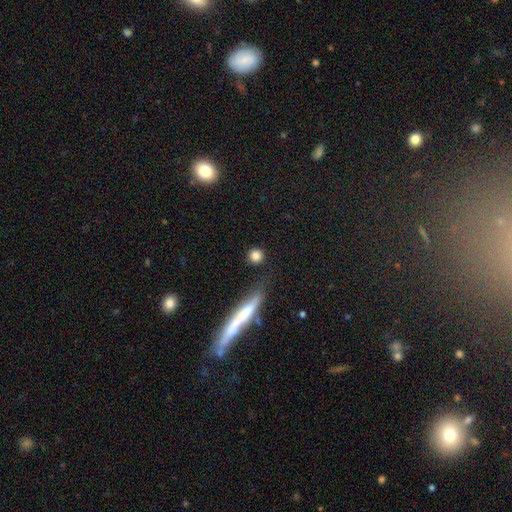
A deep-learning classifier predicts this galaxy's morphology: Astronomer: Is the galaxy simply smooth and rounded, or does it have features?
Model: smooth — 83%.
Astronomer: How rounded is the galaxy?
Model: round — 88%.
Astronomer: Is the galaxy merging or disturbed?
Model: none — 83%.